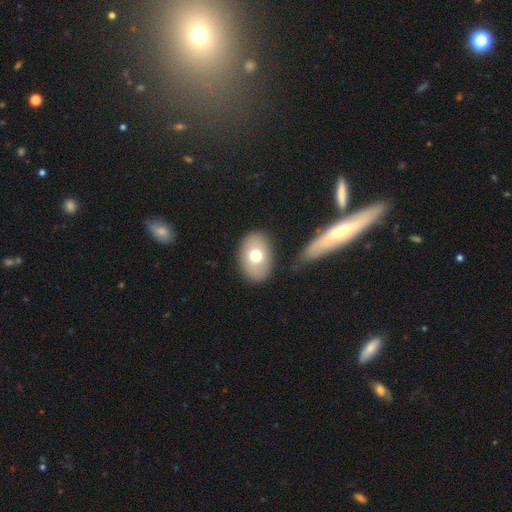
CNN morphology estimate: This is likely a smooth galaxy (70%). How rounded: likely in between (79%). Merging: likely none (79%).